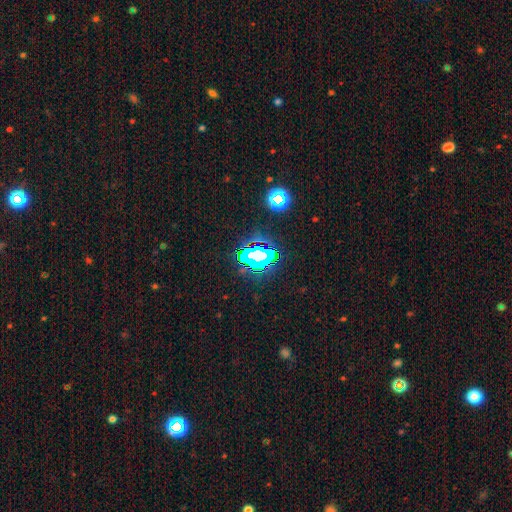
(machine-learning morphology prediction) star or artifact 61%, smooth 24%, featured or disk 15%.